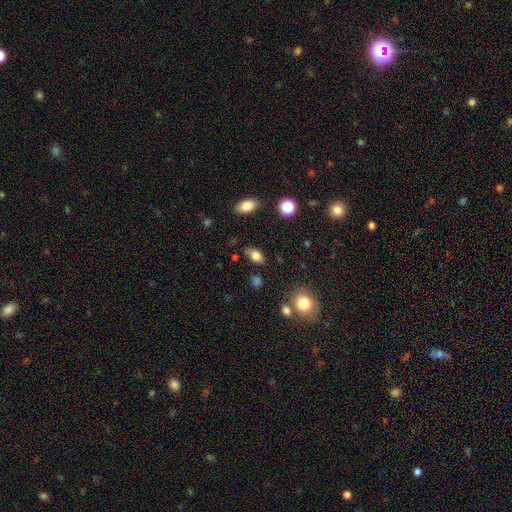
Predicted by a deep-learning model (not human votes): A smooth galaxy with no disk features (79%) that is in between round and cigar-shaped (86%).

Vote fractions:
- Smooth or featured? smooth: 79% / featured or disk: 11% / star or artifact: 10%
- How rounded? in between: 86% / round: 11% / cigar-shaped: 3%
- Merging? none: 74% / minor disturbance: 17% / major disturbance: 5% / merger: 4%